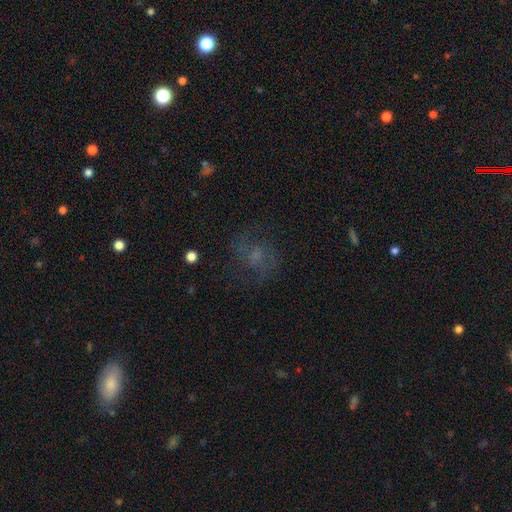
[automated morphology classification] Overall: featured or disk (42%; smooth 34%). Merging: none (67%).